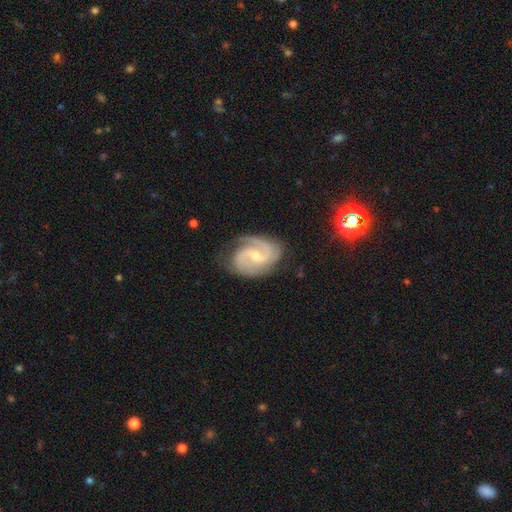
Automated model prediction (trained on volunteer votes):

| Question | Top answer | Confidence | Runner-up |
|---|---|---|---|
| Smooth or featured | featured or disk | 90% | smooth (6%) |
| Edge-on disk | no | 98% | yes (2%) |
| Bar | weak | 54% | no (30%) |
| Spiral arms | yes | 98% | no (2%) |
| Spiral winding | medium | 54% | tight (31%) |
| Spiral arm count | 2 | 82% | 3 (8%) |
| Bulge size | small | 57% | moderate (38%) |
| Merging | none | 72% | minor disturbance (20%) |